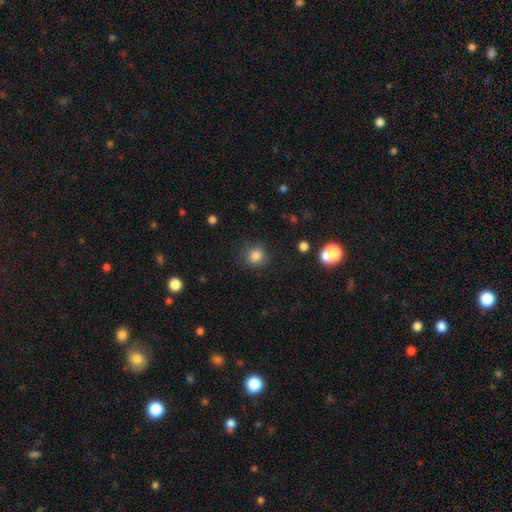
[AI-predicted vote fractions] Smooth or featured: smooth — 83% (star or artifact — 12%)
How rounded: round — 89% (in between — 10%)
Merging: none — 84% (minor disturbance — 10%)